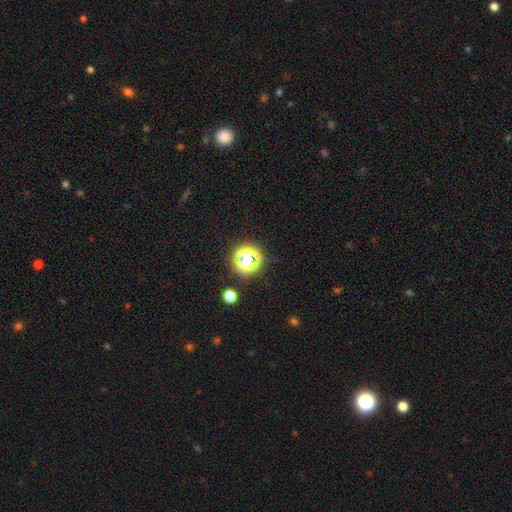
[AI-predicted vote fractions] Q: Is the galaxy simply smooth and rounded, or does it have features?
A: star or artifact — 65%.